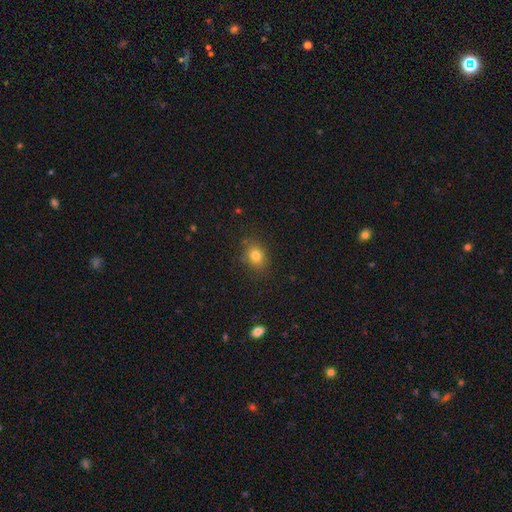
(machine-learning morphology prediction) A smooth galaxy with no disk features (80%) that is in between round and cigar-shaped (53%). Merging: none (83%).